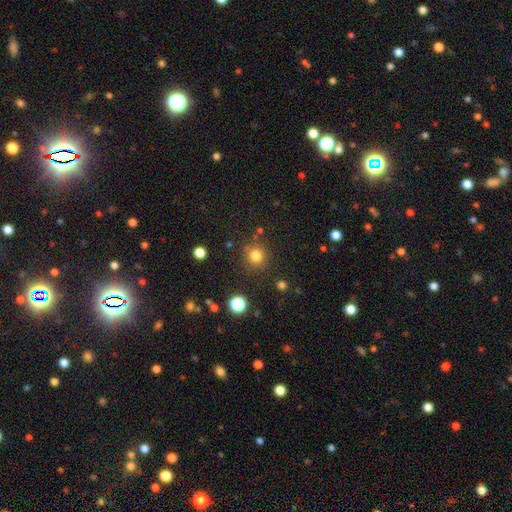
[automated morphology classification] smooth-or-featured: smooth: 79% | star or artifact: 15% | featured or disk: 5%
  how-rounded: round: 92% | in between: 7% | cigar-shaped: 1%
  merging: none: 84% | minor disturbance: 8% | merger: 4% | major disturbance: 3%